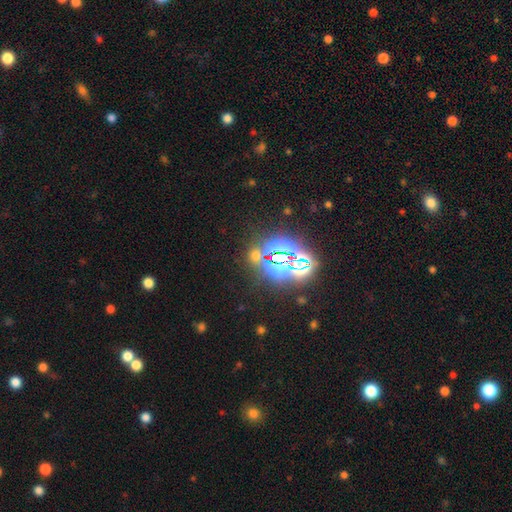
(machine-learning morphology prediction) A star or artifact, not a galaxy (64%).

Vote fractions:
- Smooth or featured? star or artifact: 64% / smooth: 29% / featured or disk: 8%